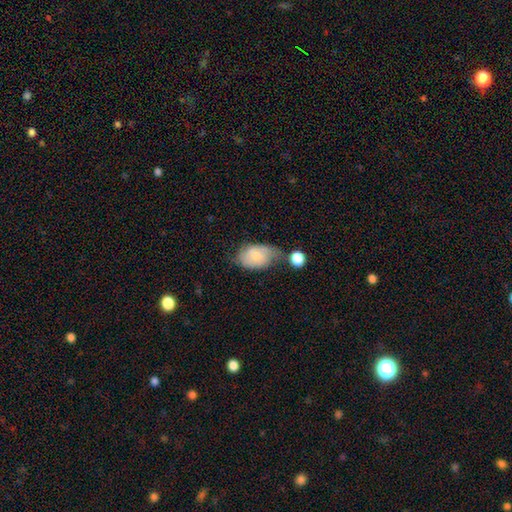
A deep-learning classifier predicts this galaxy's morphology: Smooth or featured? smooth (66%)
How rounded? in between (87%)
Merging? none (34%)